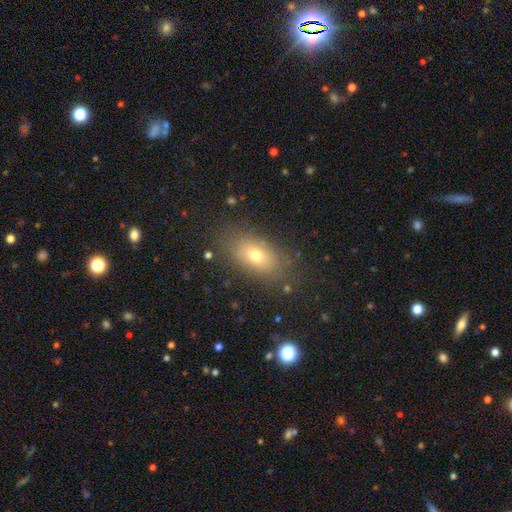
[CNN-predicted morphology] A smooth galaxy with no disk features (73%) that is in between round and cigar-shaped (85%). Merging: none (82%).